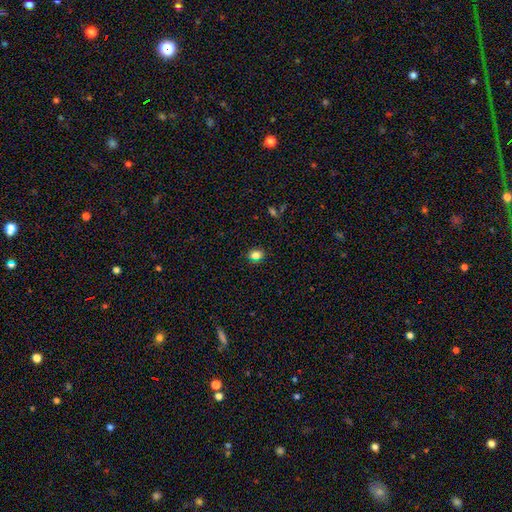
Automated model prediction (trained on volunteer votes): This is likely a smooth galaxy (76%). How rounded: possibly round (55%). Merging: clearly none (87%).